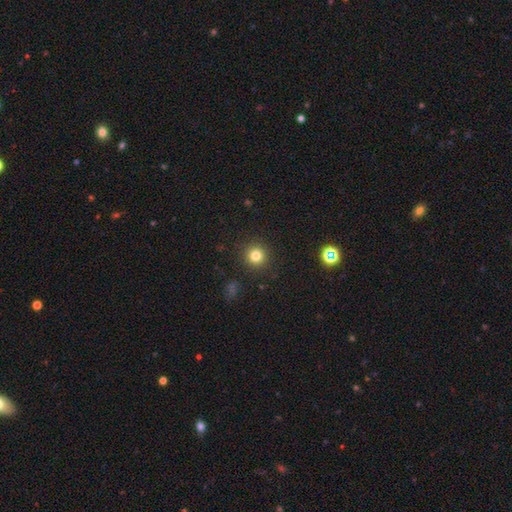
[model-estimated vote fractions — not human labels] A smooth galaxy with no disk features (80%) that is round (95%).

Vote fractions:
- Smooth or featured? smooth: 80% / star or artifact: 14% / featured or disk: 6%
- How rounded? round: 95% / in between: 5% / cigar-shaped: 1%
- Merging? none: 91% / minor disturbance: 5% / major disturbance: 2% / merger: 1%